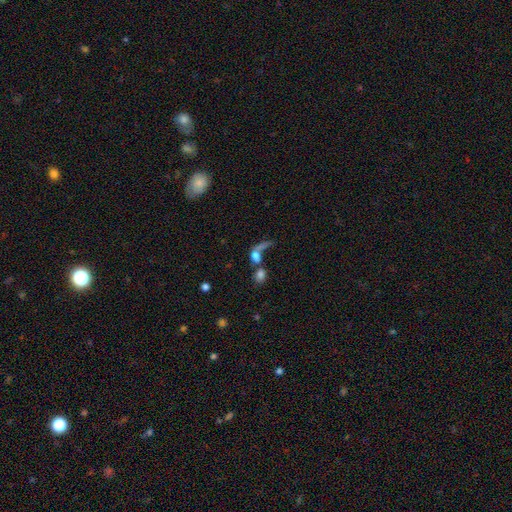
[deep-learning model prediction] A smooth galaxy with no disk features (59%) that is in between round and cigar-shaped (60%). Merging: merger (54%).